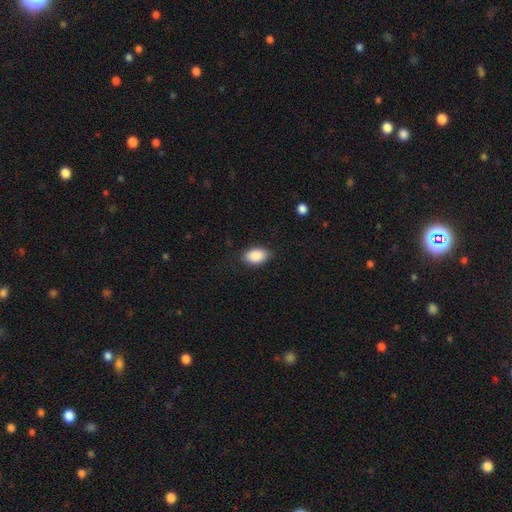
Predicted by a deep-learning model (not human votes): The model was most divided on "merging": none: 85%, minor disturbance: 11%, major disturbance: 3%, merger: 1%. More confident: how rounded — in between (91%); smooth or featured — smooth (89%).